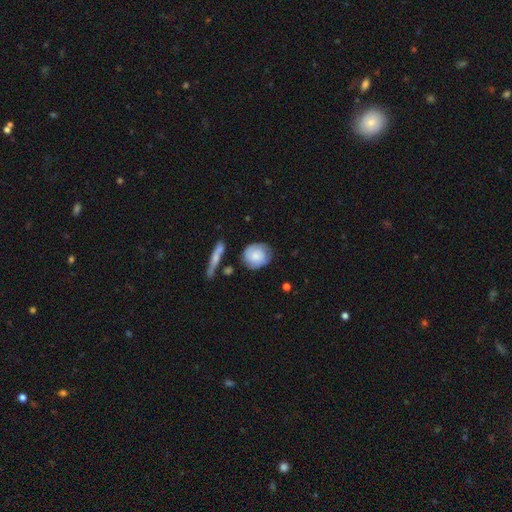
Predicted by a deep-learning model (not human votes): Smooth or featured? smooth (55%)
How rounded? round (74%)
Merging? none (69%)